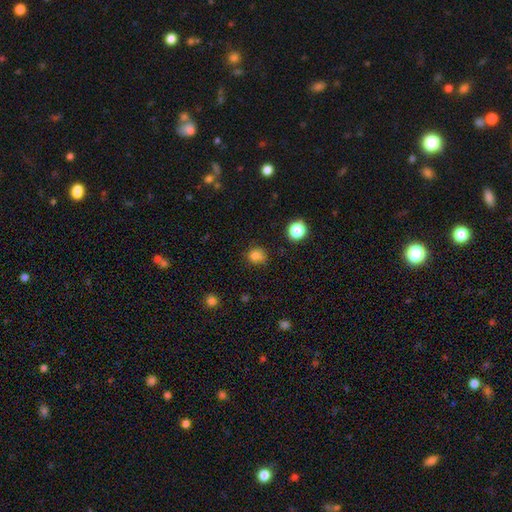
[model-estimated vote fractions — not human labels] The model was most divided on "merging": none: 69%, minor disturbance: 21%, major disturbance: 5%, merger: 5%. More confident: how rounded — round (80%); smooth or featured — smooth (79%).